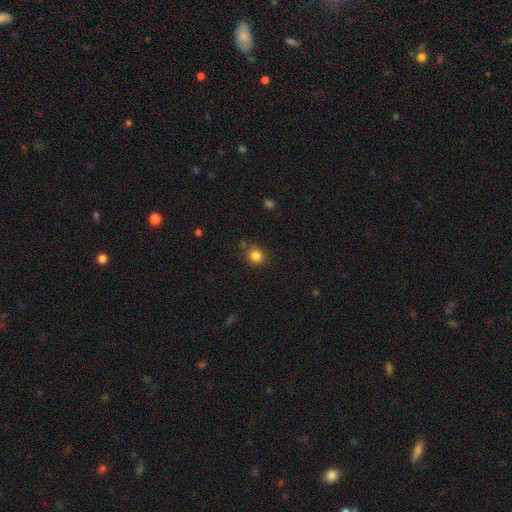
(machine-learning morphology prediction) This is clearly a smooth galaxy (84%). How rounded: clearly round (84%). Merging: likely none (78%).